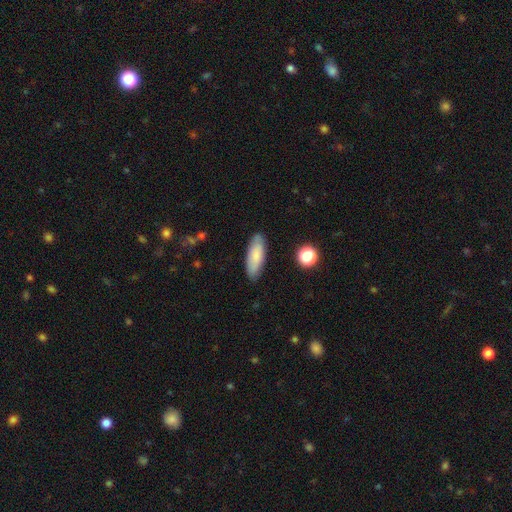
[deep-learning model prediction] Morphology: type=smooth (78%); roundness=in between (67%); merging=none (85%).